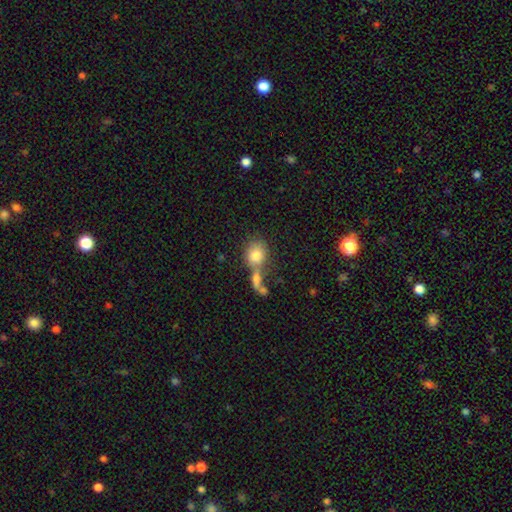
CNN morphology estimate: This is likely a smooth galaxy (79%). How rounded: likely round (64%). Merging: marginally merger (44%).